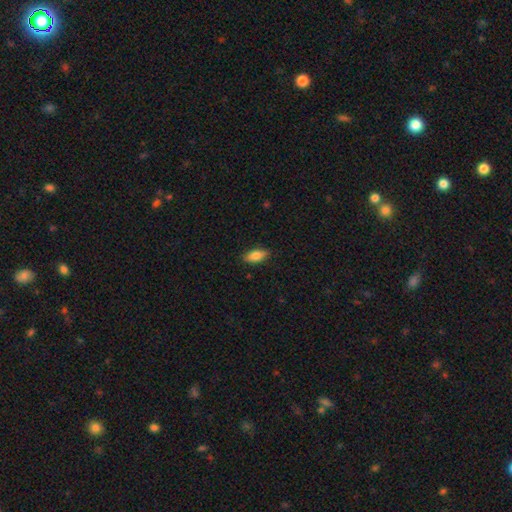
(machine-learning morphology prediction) smooth-or-featured: smooth: 83% | featured or disk: 10% | star or artifact: 7%
  how-rounded: in between: 84% | cigar-shaped: 14% | round: 3%
  merging: none: 87% | minor disturbance: 10% | major disturbance: 2% | merger: 1%